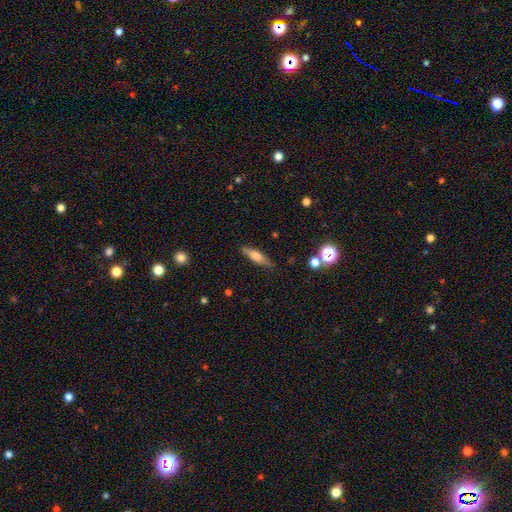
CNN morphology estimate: smooth 58%, featured or disk 34%, star or artifact 8%. Down the decision tree: how rounded — cigar-shaped (69%); merging — none (85%).